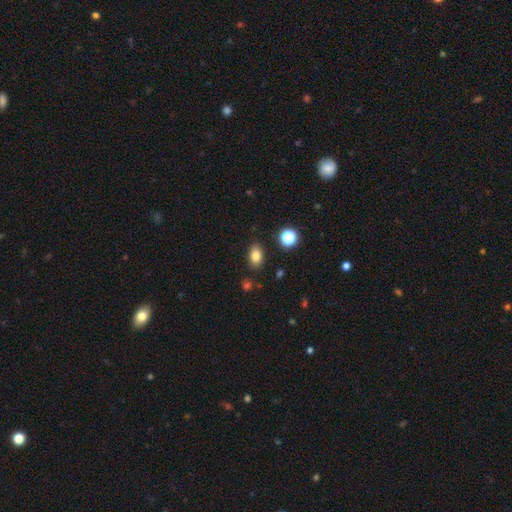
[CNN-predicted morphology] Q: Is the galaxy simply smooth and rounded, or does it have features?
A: smooth — 81%.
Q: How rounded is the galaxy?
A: in between — 82%.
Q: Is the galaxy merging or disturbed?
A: none — 86%.